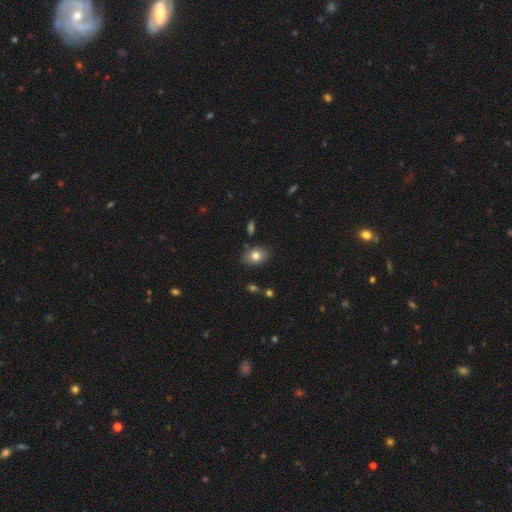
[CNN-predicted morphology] Smooth or featured? smooth (80%)
How rounded? in between (76%)
Merging? none (83%)